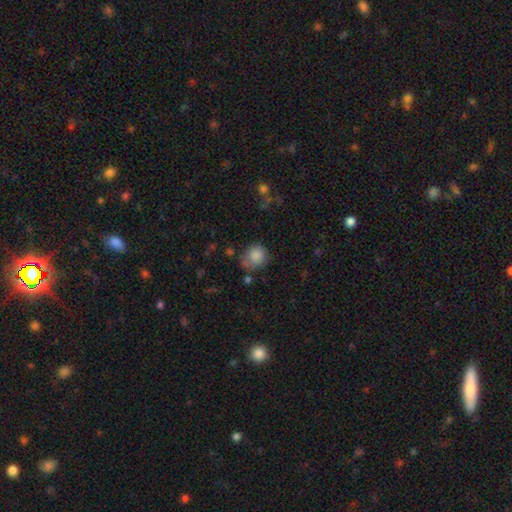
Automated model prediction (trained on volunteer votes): This appears to be a smooth galaxy with no disk features (84%) that is round (81%). Merging: none (60%).